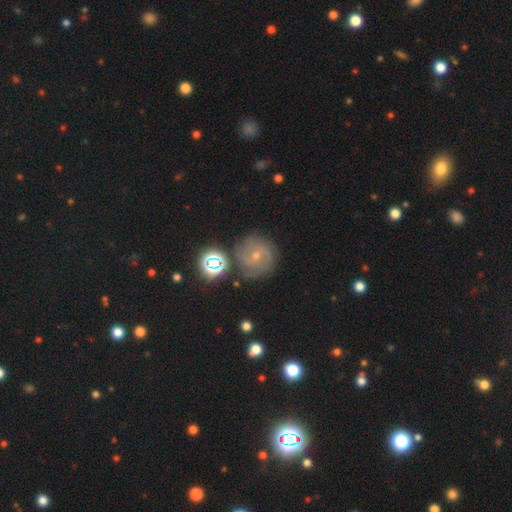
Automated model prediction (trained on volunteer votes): Smooth or featured? featured or disk (67%)
Edge-on disk? no (97%)
Bar? no (53%)
Spiral arms? yes (92%)
Spiral winding? tight (56%)
Spiral arm count? 2 (41%)
Bulge size? small (68%)
Merging? none (77%)